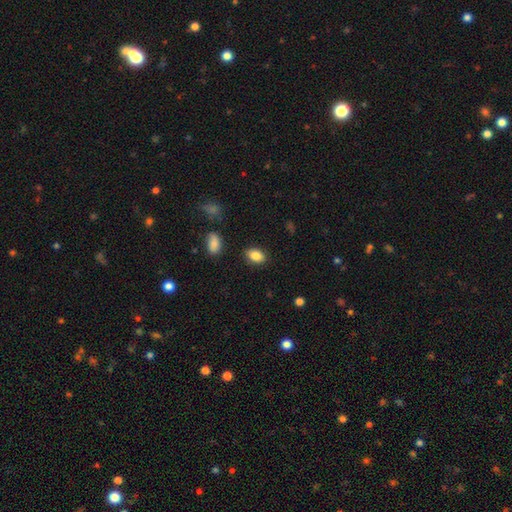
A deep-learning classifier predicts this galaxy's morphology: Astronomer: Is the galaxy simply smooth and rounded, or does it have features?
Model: smooth — 86%.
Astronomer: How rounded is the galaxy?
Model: in between — 87%.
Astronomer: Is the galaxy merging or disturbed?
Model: none — 87%.